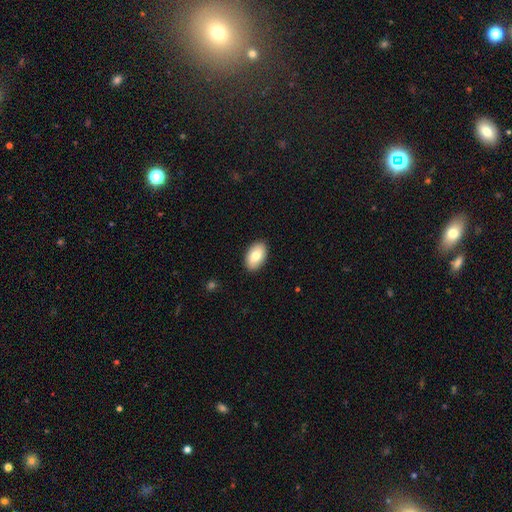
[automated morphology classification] Q: Smooth or featured?
A: smooth (81%); runner-up: featured or disk (13%)
Q: How rounded?
A: in between (93%); runner-up: round (5%)
Q: Merging?
A: none (90%); runner-up: minor disturbance (8%)